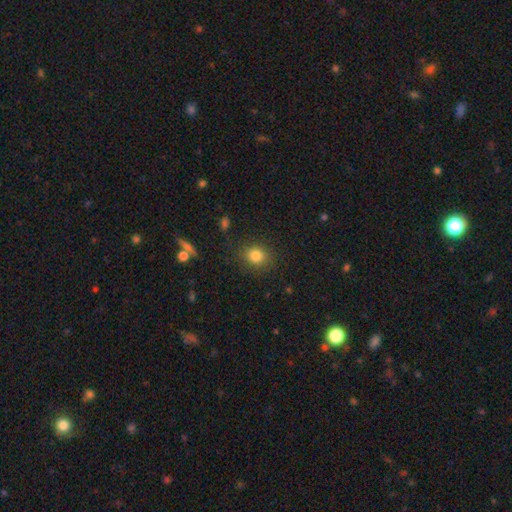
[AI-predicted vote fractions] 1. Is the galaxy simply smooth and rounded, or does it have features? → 82% smooth, 12% star or artifact, 6% featured or disk.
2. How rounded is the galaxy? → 73% round, 26% in between, 1% cigar-shaped.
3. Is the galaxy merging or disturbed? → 84% none, 10% minor disturbance, 4% major disturbance, 2% merger.